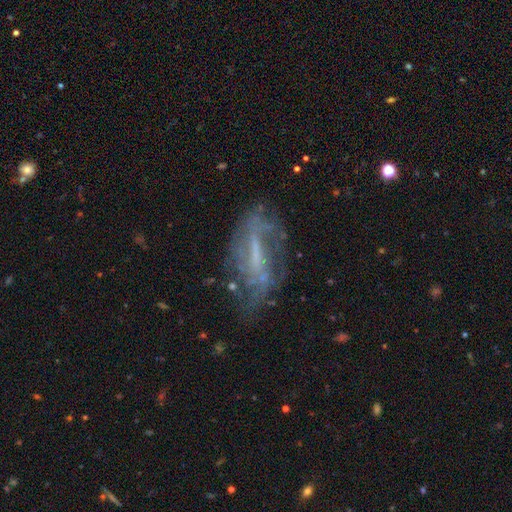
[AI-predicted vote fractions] Q: Smooth or featured?
A: featured or disk (68%); runner-up: smooth (20%)
Q: Edge-on disk?
A: no (83%); runner-up: yes (17%)
Q: Bar?
A: strong (38%); tied with: weak (38%)
Q: Spiral arms?
A: yes (63%); runner-up: no (37%)
Q: Bulge size?
A: none (43%); runner-up: small (30%)
Q: Merging?
A: none (53%); runner-up: minor disturbance (24%)